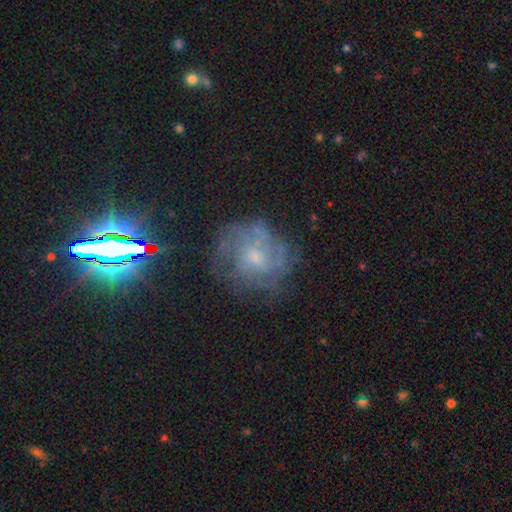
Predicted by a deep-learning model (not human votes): Smooth or featured? featured or disk (62%)
Edge-on disk? no (97%)
Bar? no (74%)
Spiral arms? yes (69%)
Bulge size? small (54%)
Merging? none (63%)